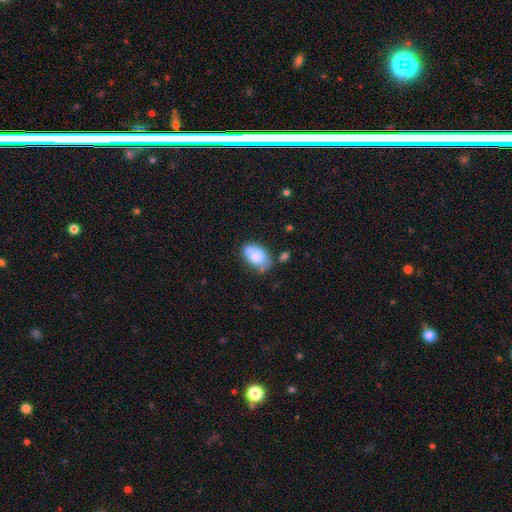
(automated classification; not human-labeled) Smooth or featured? smooth (73%)
How rounded? in between (88%)
Merging? none (51%)